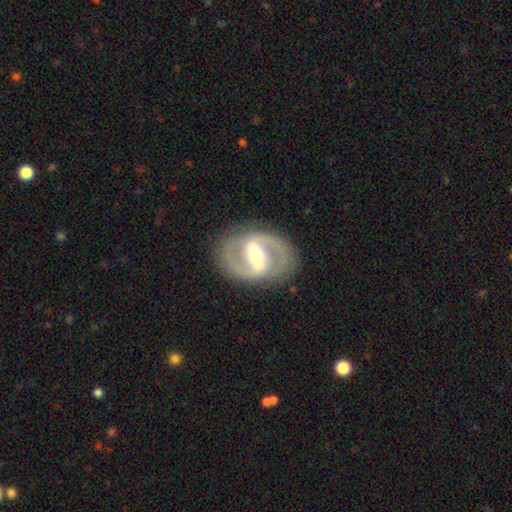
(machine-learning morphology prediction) This is clearly a featured or disk galaxy (89%). It is clearly not viewed edge-on (97%). Bar: likely strong (60%). Spiral arm pattern: clearly yes (93%). Spiral arm count: clearly 2 (93%). Spiral winding: possibly medium (57%). Central bulge: likely moderate (63%). Merging: clearly none (86%).